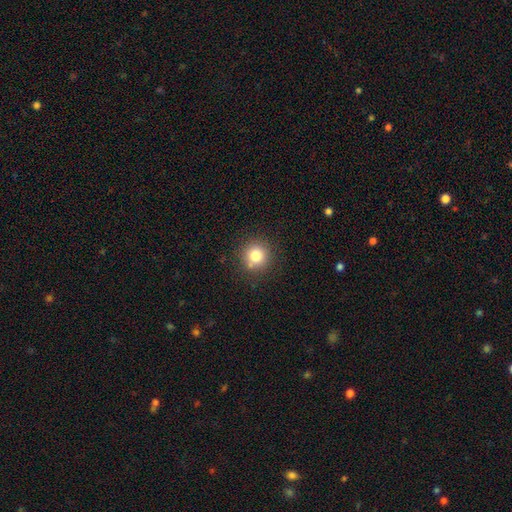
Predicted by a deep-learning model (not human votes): This appears to be a smooth galaxy with no disk features (80%) that is round (93%). Merging: none (82%).